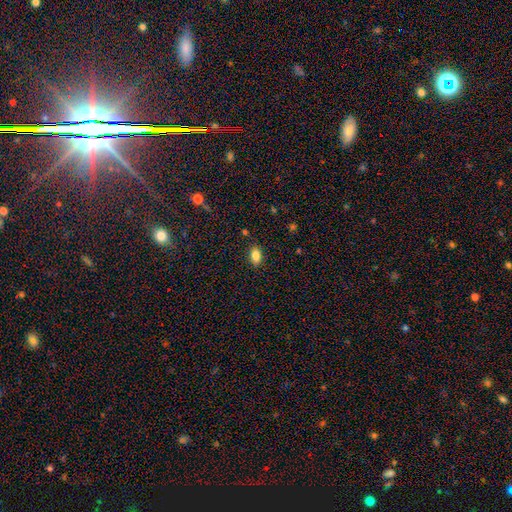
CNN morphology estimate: smooth_or_featured: smooth (p=0.84) [alt: star or artifact p=0.10]
how_rounded: in between (p=0.88) [alt: round p=0.08]
merging: none (p=0.86) [alt: minor disturbance p=0.10]